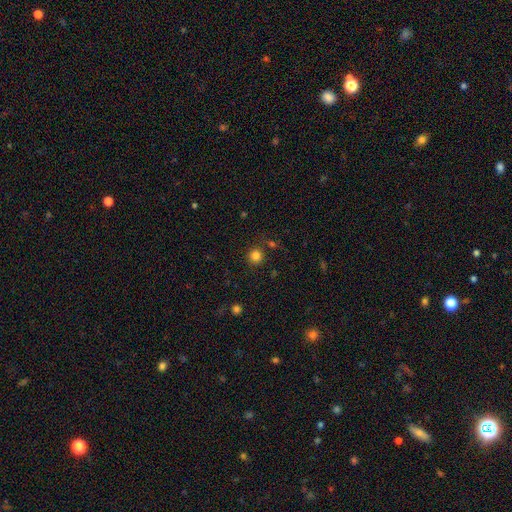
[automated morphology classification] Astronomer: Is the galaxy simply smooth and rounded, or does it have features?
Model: smooth — 82%.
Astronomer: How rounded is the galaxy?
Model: round — 94%.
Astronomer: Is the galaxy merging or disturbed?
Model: none — 85%.